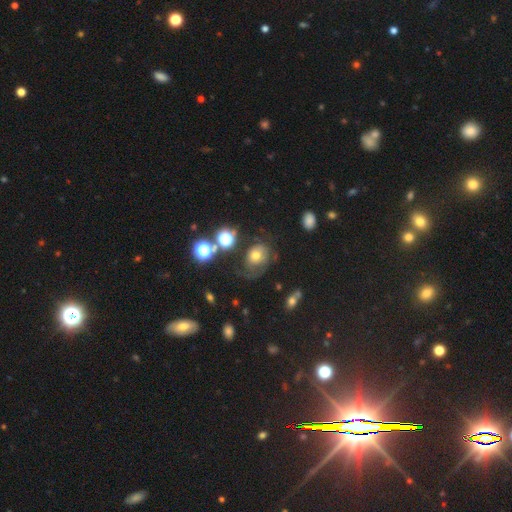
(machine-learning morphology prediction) Overall: smooth (46%; featured or disk 36%). Merging: none (42%; major disturbance 28%).